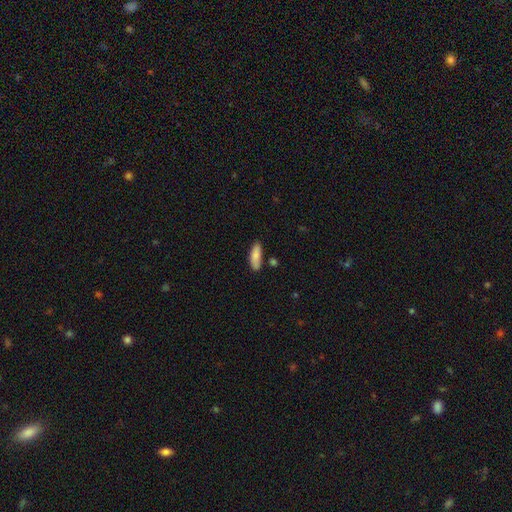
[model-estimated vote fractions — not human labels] The model was most divided on "how rounded": in between: 59%, cigar-shaped: 39%, round: 2%. More confident: smooth or featured — smooth (85%); merging — none (76%).